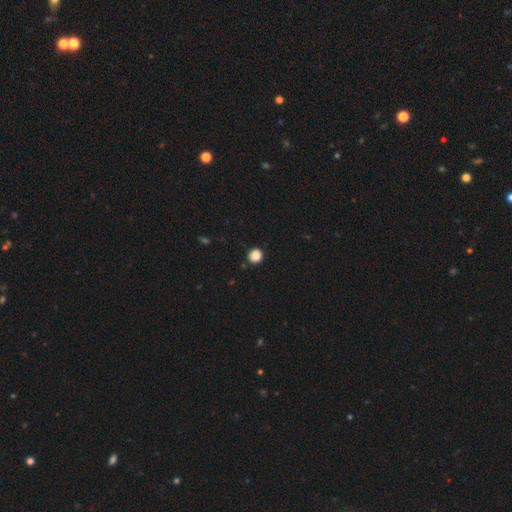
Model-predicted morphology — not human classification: smooth 86%, star or artifact 11%, featured or disk 3%. Down the decision tree: how rounded — round (91%); merging — none (92%).